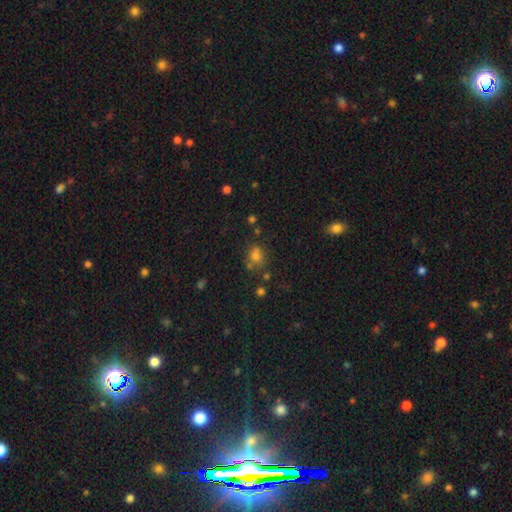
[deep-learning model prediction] Smooth or featured?
  - smooth: 67% *
  - star or artifact: 24%
  - featured or disk: 9%
How rounded?
  - round: 57% *
  - in between: 42%
  - cigar-shaped: 1%
Merging?
  - none: 64% *
  - minor disturbance: 15%
  - merger: 15%
  - major disturbance: 6%